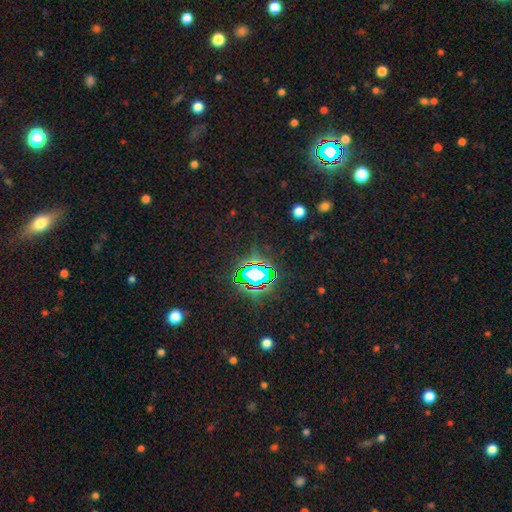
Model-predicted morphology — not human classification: type=star or artifact (77%).